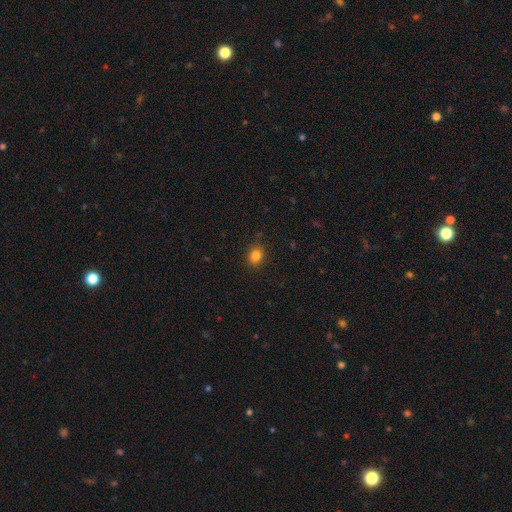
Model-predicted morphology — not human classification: type=smooth (83%); roundness=round (58%); merging=none (87%).